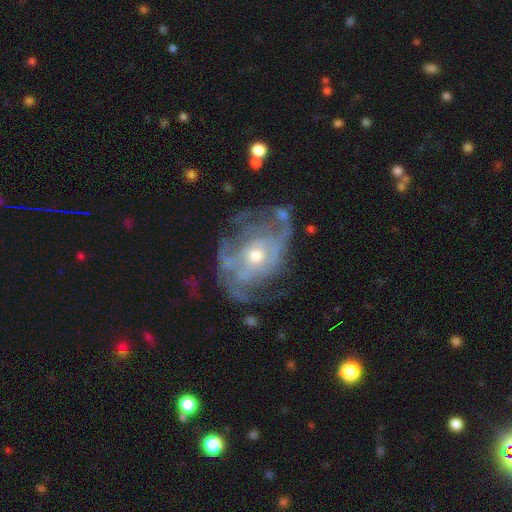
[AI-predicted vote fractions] A featured or disk galaxy (85%) with no bar (71%), tight (50%) spiral arms (84%) and a moderate central bulge (56%). Merging: none (58%).